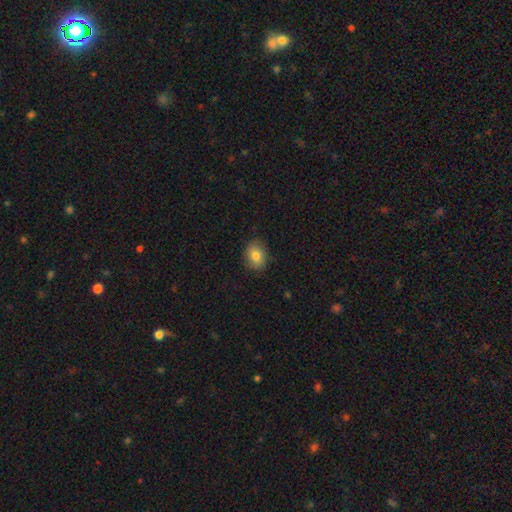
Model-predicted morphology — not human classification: Overall: smooth (82%). How rounded: in between (61%; round 38%). Merging: none (85%).